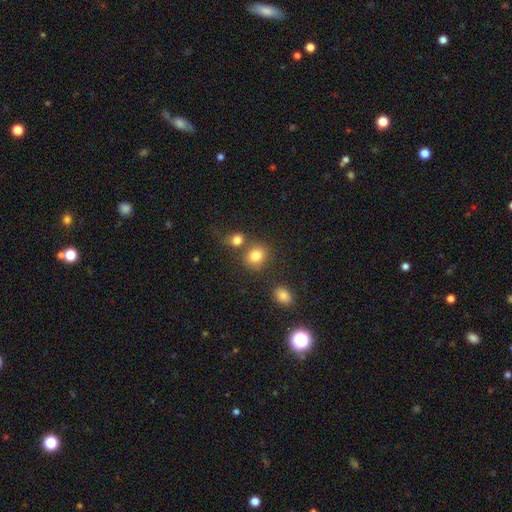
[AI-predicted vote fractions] smooth 81%, star or artifact 12%, featured or disk 7%. Down the decision tree: how rounded — round (74%); merging — none (65%).